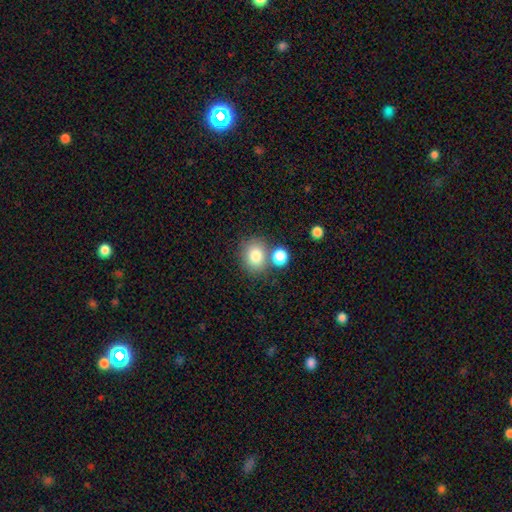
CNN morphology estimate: A smooth galaxy with no disk features (81%) that is round (63%). Merging: none (61%).